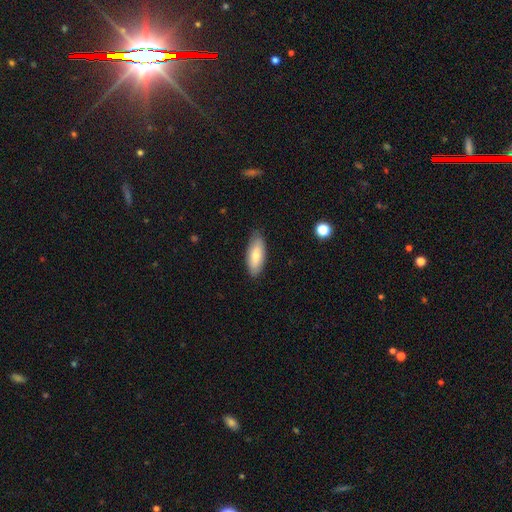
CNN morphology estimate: smooth 77%, featured or disk 17%, star or artifact 6%. Down the decision tree: how rounded — in between (78%); merging — none (84%).